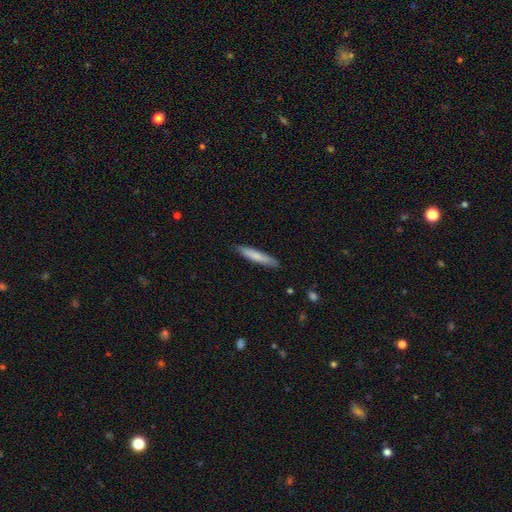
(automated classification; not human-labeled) This is likely a smooth galaxy (76%). How rounded: clearly cigar-shaped (92%). Merging: clearly none (86%).